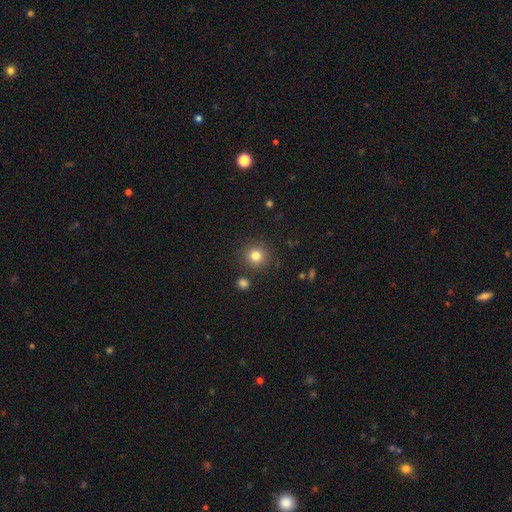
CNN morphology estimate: smooth_or_featured: smooth (p=0.81) [alt: star or artifact p=0.13]
how_rounded: round (p=0.93) [alt: in between p=0.06]
merging: none (p=0.87) [alt: minor disturbance p=0.07]